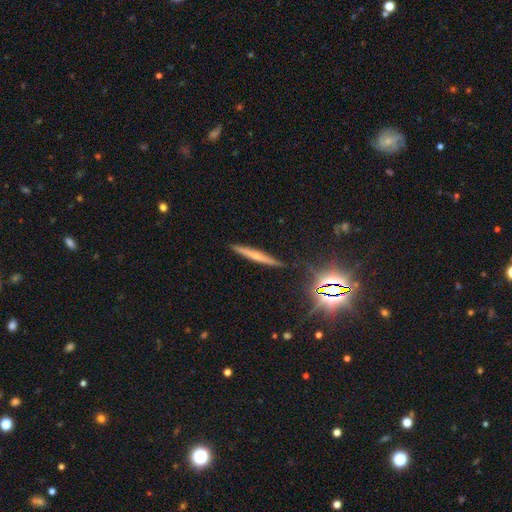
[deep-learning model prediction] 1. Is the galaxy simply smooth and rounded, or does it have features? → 44% featured or disk, 41% smooth, 15% star or artifact.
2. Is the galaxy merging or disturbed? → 89% none, 8% minor disturbance, 2% major disturbance, 2% merger.